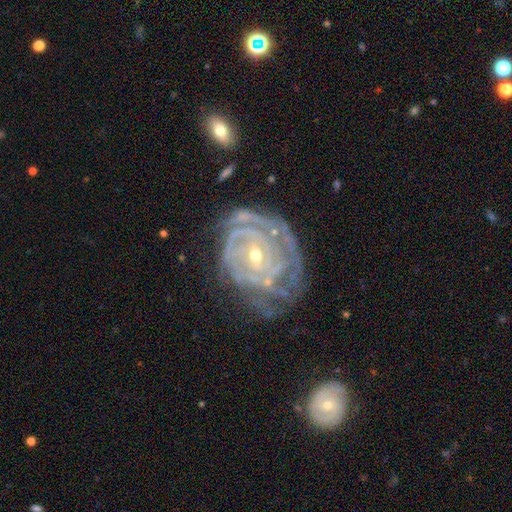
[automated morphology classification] A featured or disk galaxy (88%) with no bar (53%), tight (81%) spiral arms (94%) and a small central bulge (58%).

Vote fractions:
- Smooth or featured? featured or disk: 88% / smooth: 6% / star or artifact: 6%
- Edge-on disk? no: 97% / yes: 3%
- Bar? no: 53% / weak: 34% / strong: 13%
- Spiral arms? yes: 94% / no: 6%
- Spiral winding? tight: 81% / medium: 15% / loose: 4%
- Spiral arm count? can't tell: 36% / 3: 18% / 2: 18% / 4: 14% / more than 4: 8% / 1: 6%
- Bulge size? small: 58% / moderate: 39% / large: 1% / none: 1% / dominant: 1%
- Merging? none: 55% / minor disturbance: 26% / major disturbance: 16% / merger: 3%